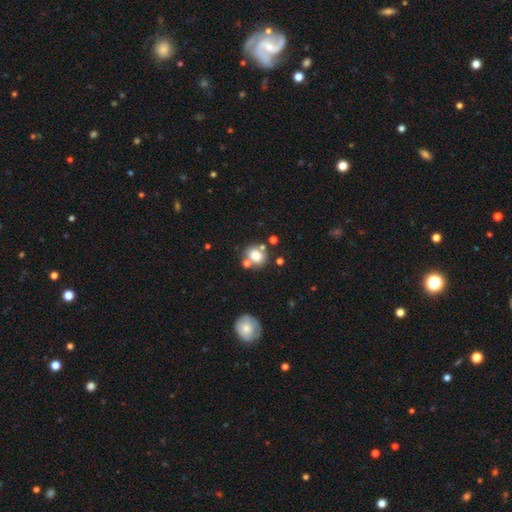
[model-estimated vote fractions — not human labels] Smooth or featured? smooth (76%)
How rounded? round (72%)
Merging? none (64%)